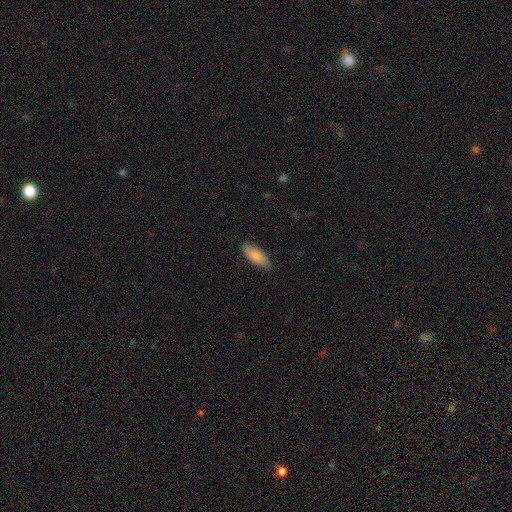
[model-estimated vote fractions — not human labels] The model was most divided on "how rounded": in between: 76%, cigar-shaped: 22%, round: 2%. More confident: merging — none (85%); smooth or featured — smooth (84%).